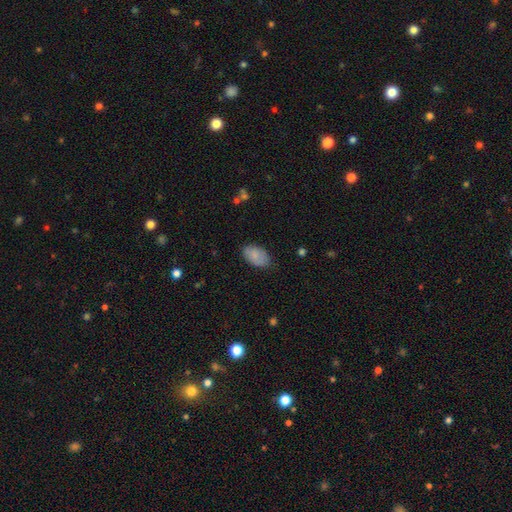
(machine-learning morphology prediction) Q: Smooth or featured?
A: smooth (81%); runner-up: featured or disk (12%)
Q: How rounded?
A: in between (93%); runner-up: round (5%)
Q: Merging?
A: none (76%); runner-up: minor disturbance (19%)